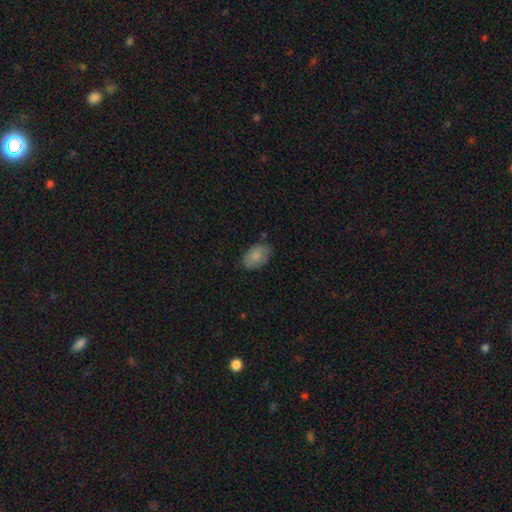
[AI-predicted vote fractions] smooth_or_featured: smooth (p=0.84) [alt: featured or disk p=0.09]
how_rounded: in between (p=0.89) [alt: round p=0.10]
merging: none (p=0.77) [alt: minor disturbance p=0.17]